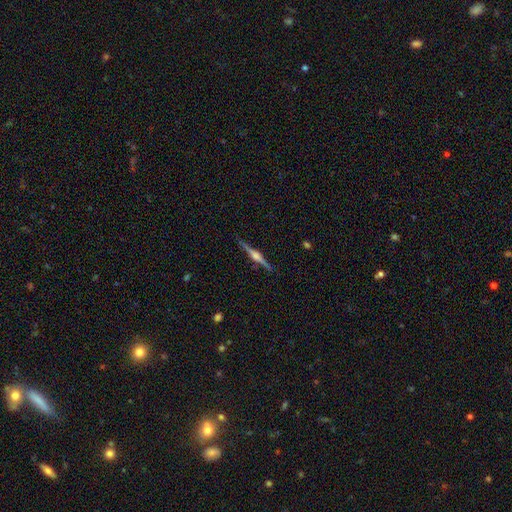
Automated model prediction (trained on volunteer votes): A featured or disk galaxy (85%) viewed edge-on (99%) with a rounded central bulge (86%).

Vote fractions:
- Smooth or featured? featured or disk: 85% / smooth: 10% / star or artifact: 5%
- Edge-on disk? yes: 99% / no: 1%
- Edge-on bulge? rounded: 86% / boxy: 11% / none: 3%
- Merging? none: 91% / minor disturbance: 7% / major disturbance: 1% / merger: 1%